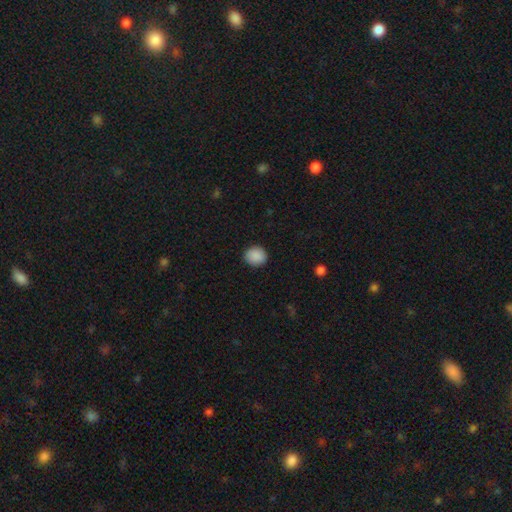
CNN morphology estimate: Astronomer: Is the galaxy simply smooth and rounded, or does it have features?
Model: smooth — 89%.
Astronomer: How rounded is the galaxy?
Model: round — 79%.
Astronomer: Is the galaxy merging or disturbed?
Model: none — 88%.